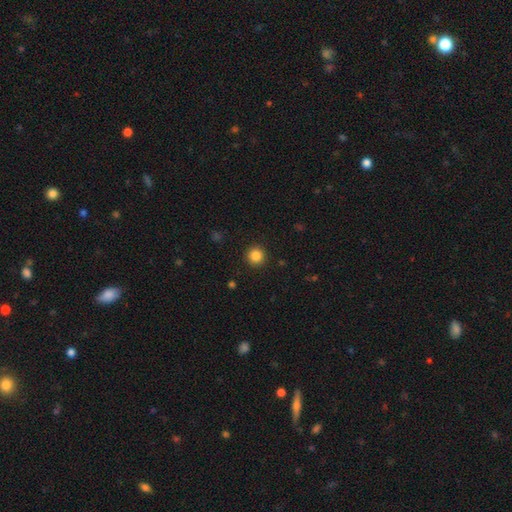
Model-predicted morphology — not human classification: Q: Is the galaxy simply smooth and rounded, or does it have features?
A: smooth — 86%.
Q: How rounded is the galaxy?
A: round — 95%.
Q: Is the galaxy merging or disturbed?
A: none — 92%.